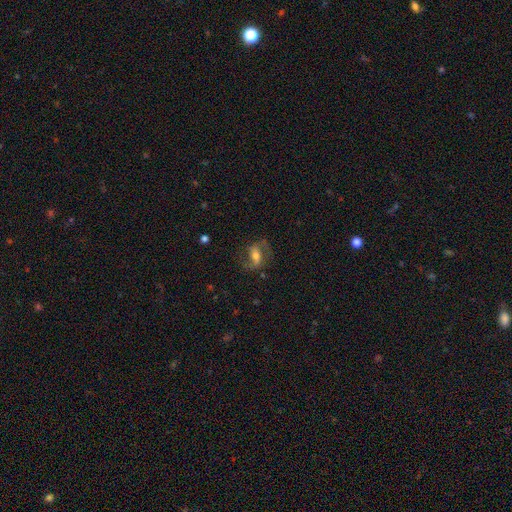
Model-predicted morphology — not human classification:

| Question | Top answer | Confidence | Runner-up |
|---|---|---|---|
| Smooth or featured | featured or disk | 68% | smooth (23%) |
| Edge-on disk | no | 94% | yes (6%) |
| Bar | weak | 38% | tied: strong (38%) |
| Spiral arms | yes | 88% | no (12%) |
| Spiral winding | medium | 45% | loose (42%) |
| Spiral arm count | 2 | 88% | can't tell (5%) |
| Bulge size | moderate | 57% | small (24%) |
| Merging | none | 70% | minor disturbance (16%) |